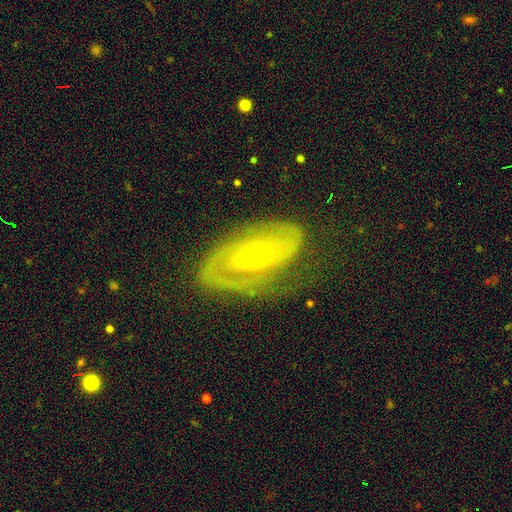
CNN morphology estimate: The model was most divided on "spiral winding": tight: 45%, medium: 38%, loose: 17%. Remaining: edge-on disk — no (93%); spiral arms — yes (81%); smooth or featured — featured or disk (78%); bulge size — small (65%); spiral arm count — 2 (61%); merging — none (59%); bar — no (46%).